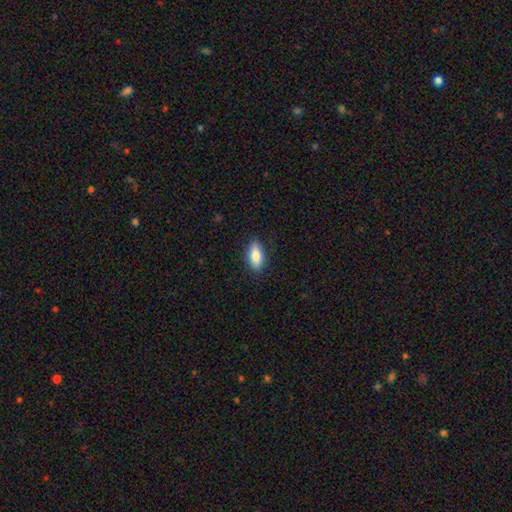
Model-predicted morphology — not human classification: A smooth galaxy with no disk features (83%) that is in between round and cigar-shaped (83%). Merging: none (87%).